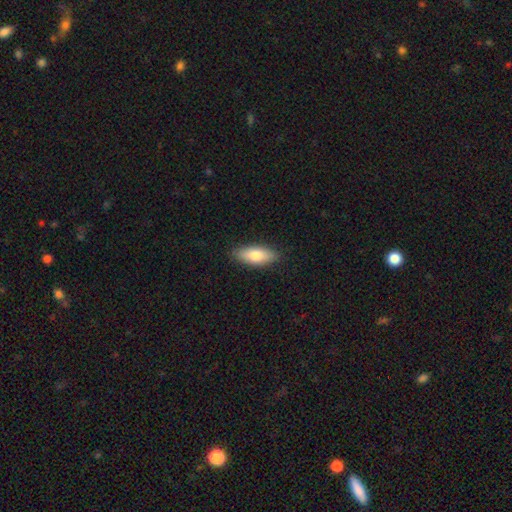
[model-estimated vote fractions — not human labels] smooth 77%, featured or disk 17%, star or artifact 6%. Down the decision tree: how rounded — in between (75%); merging — none (87%).